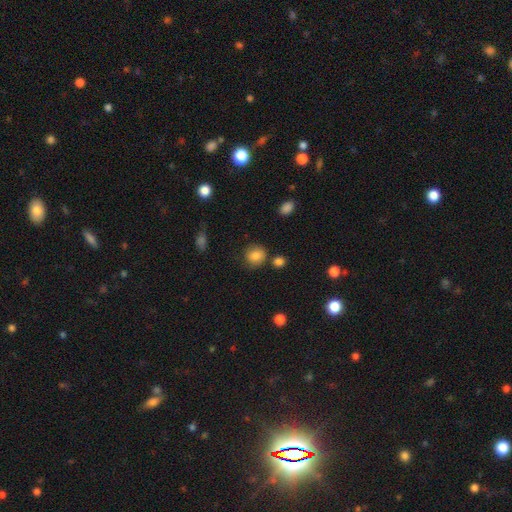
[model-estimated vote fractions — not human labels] This appears to be a smooth galaxy with no disk features (85%) that is round (80%). Merging: none (74%).